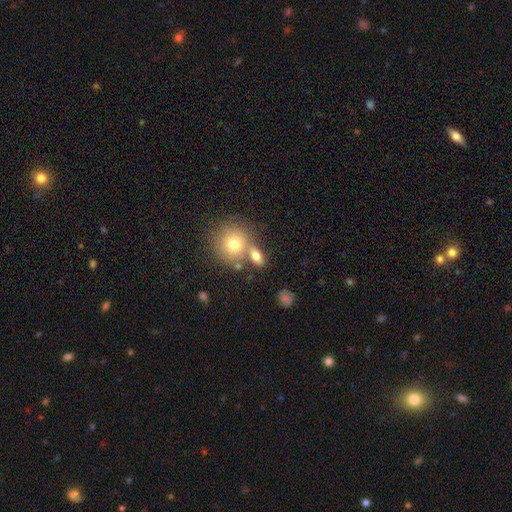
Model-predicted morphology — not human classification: smooth-or-featured: smooth: 73% | featured or disk: 16% | star or artifact: 10%
  how-rounded: in between: 57% | round: 39% | cigar-shaped: 5%
  merging: none: 49% | merger: 35% | minor disturbance: 11% | major disturbance: 4%